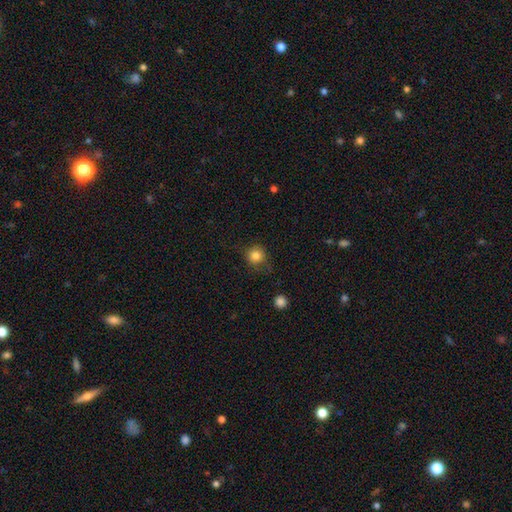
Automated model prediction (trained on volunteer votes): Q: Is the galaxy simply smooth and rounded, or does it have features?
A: smooth — 82%.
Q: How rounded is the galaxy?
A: round — 92%.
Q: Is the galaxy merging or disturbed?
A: none — 79%.